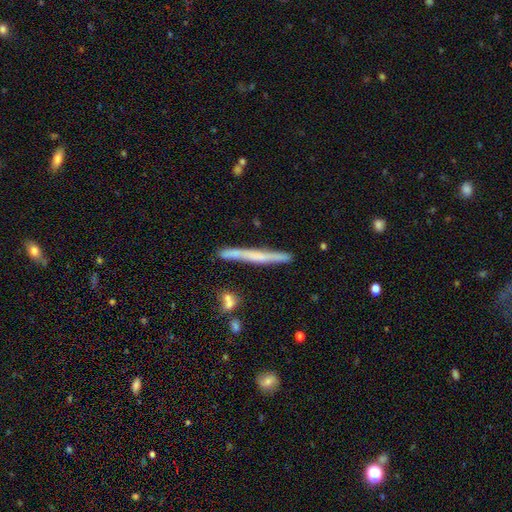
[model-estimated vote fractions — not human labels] This is possibly a featured or disk galaxy (50%). Merging: clearly none (87%).